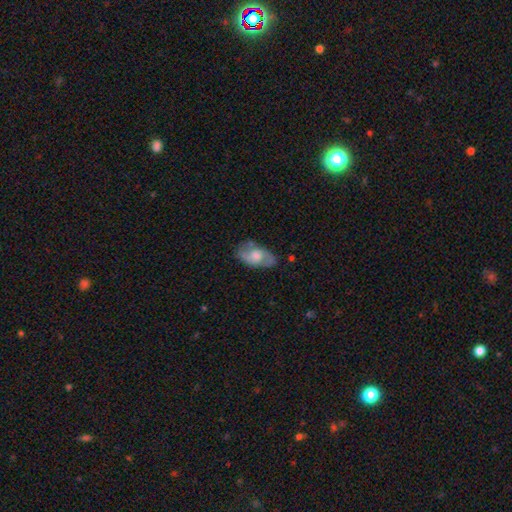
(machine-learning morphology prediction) smooth_or_featured: featured or disk (p=0.54) [alt: smooth p=0.39]
disk_edge_on: no (p=0.90) [alt: yes p=0.10]
merging: none (p=0.76) [alt: minor disturbance p=0.18]